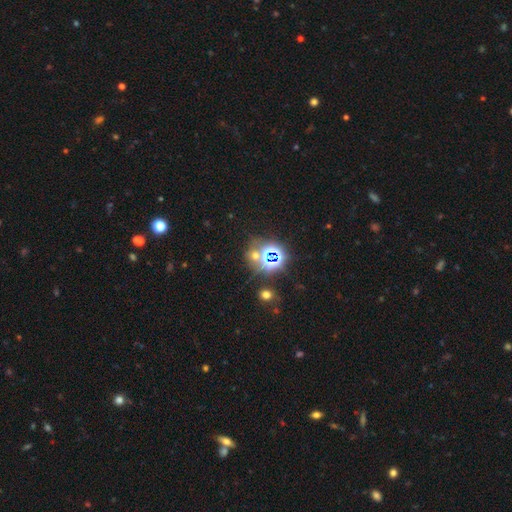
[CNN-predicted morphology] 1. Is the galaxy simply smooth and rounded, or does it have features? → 63% star or artifact, 28% smooth, 9% featured or disk.